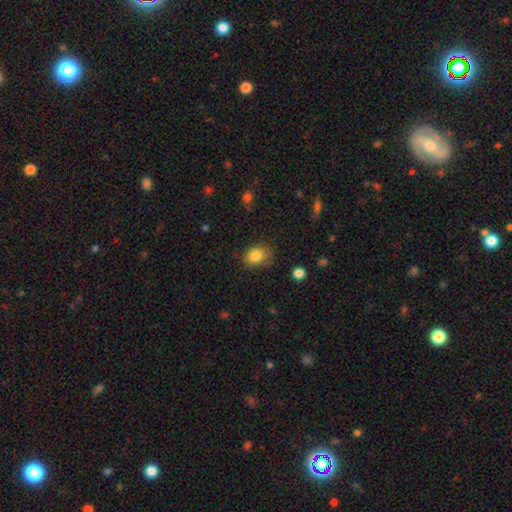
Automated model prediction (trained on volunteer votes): smooth 85%, star or artifact 9%, featured or disk 6%. Down the decision tree: how rounded — in between (57%); merging — none (73%).